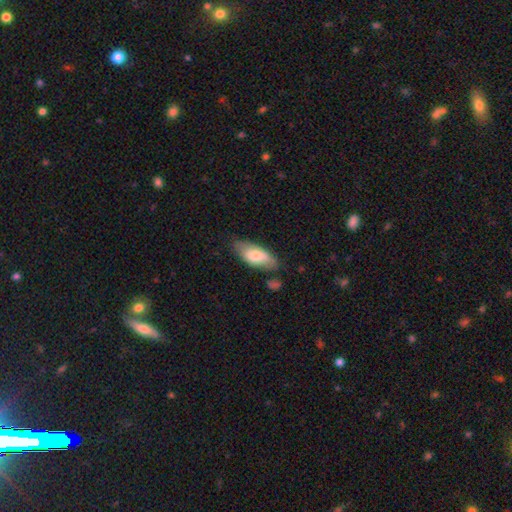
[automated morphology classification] smooth 70%, featured or disk 24%, star or artifact 6%. Down the decision tree: how rounded — in between (85%); merging — none (65%).